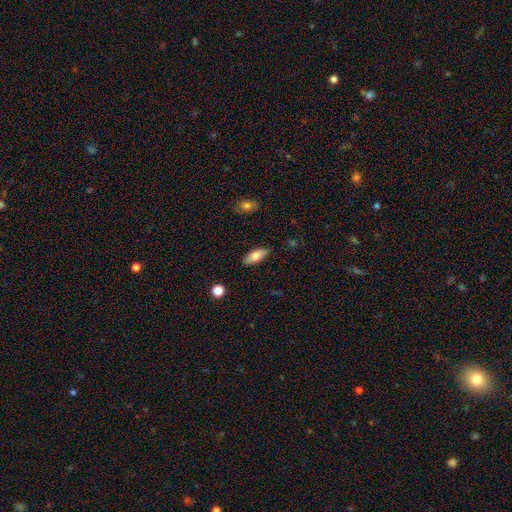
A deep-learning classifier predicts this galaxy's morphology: Overall: smooth (77%). How rounded: in between (79%). Merging: none (85%).